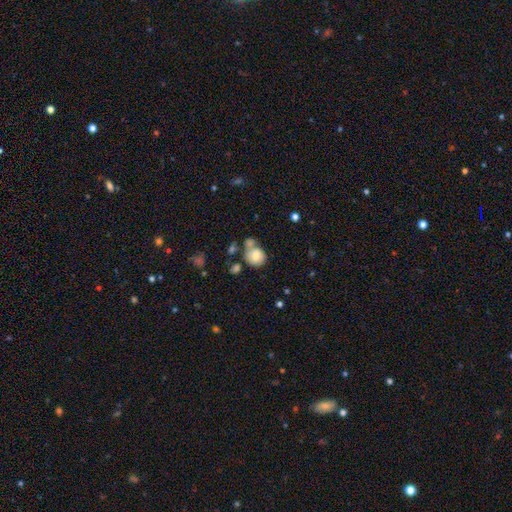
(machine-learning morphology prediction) smooth 75%, featured or disk 17%, star or artifact 9%. Down the decision tree: how rounded — round (77%); merging — none (44%).